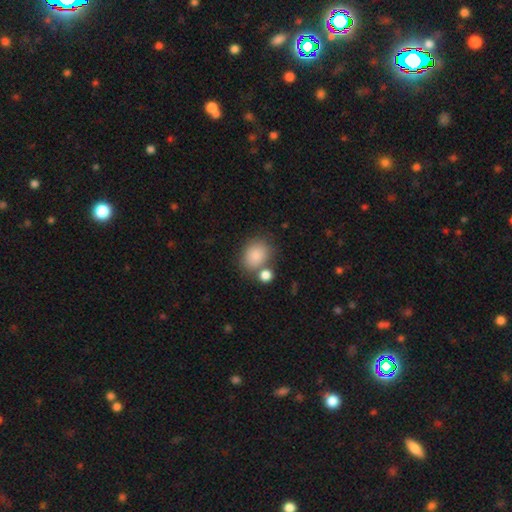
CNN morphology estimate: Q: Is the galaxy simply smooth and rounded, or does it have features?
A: smooth — 84%.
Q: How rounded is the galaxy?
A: round — 50%.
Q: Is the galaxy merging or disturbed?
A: none — 60%.